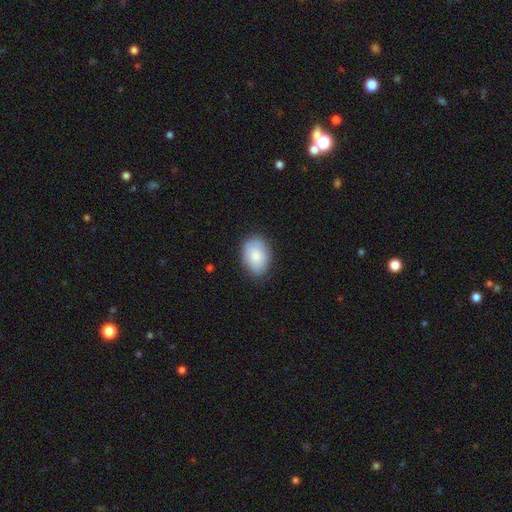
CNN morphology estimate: smooth_or_featured: smooth (p=0.81) [alt: featured or disk p=0.13]
how_rounded: in between (p=0.82) [alt: round p=0.17]
merging: none (p=0.81) [alt: minor disturbance p=0.15]